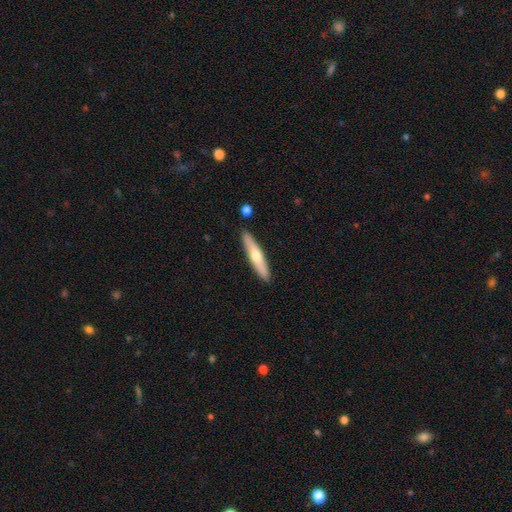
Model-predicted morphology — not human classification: smooth 53%, featured or disk 41%, star or artifact 5%. Down the decision tree: how rounded — cigar-shaped (86%); merging — none (89%).